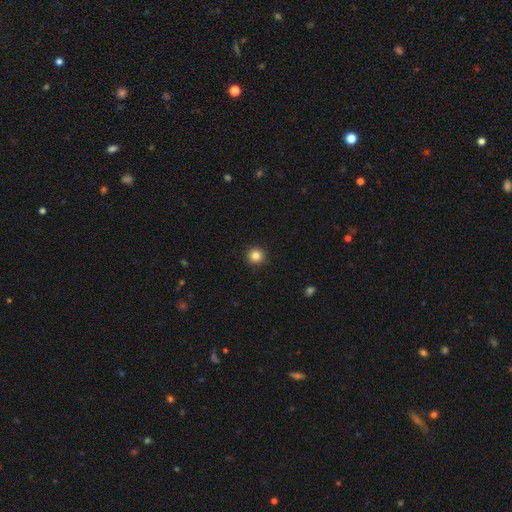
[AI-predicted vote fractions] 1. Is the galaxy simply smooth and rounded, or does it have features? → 84% smooth, 11% star or artifact, 5% featured or disk.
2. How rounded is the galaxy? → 93% round, 6% in between, 1% cigar-shaped.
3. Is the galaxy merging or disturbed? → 92% none, 5% minor disturbance, 2% major disturbance, 1% merger.